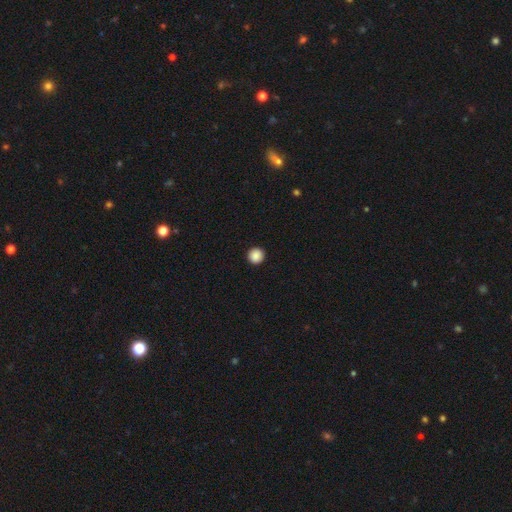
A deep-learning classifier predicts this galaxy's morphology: Overall: smooth (89%). How rounded: round (96%). Merging: none (94%).